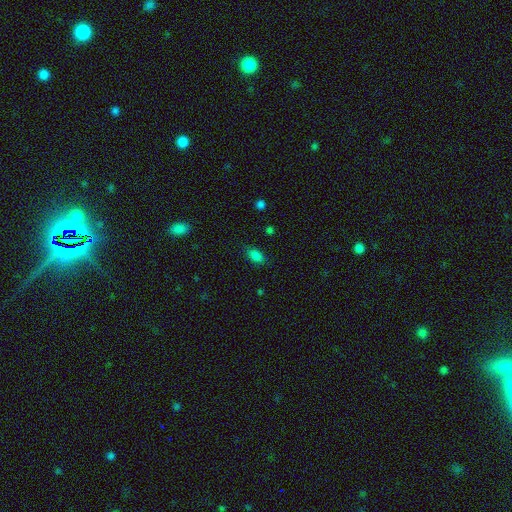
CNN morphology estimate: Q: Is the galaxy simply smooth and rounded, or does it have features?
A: smooth — 83%.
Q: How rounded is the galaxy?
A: in between — 89%.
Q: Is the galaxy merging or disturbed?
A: none — 80%.